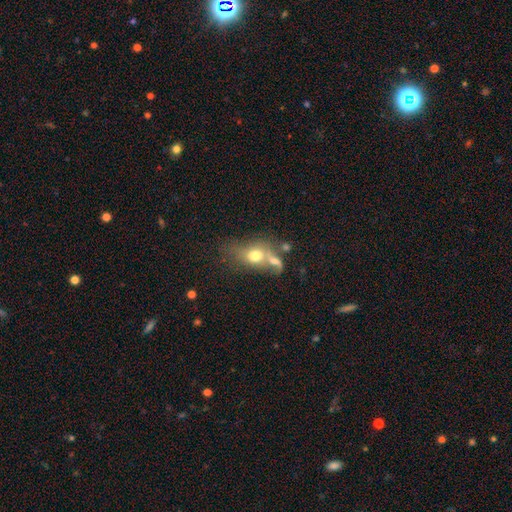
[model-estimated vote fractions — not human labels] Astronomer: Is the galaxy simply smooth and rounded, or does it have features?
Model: smooth — 65%.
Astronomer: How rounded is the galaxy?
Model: in between — 68%.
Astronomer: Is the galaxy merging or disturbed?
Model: merger — 49%.